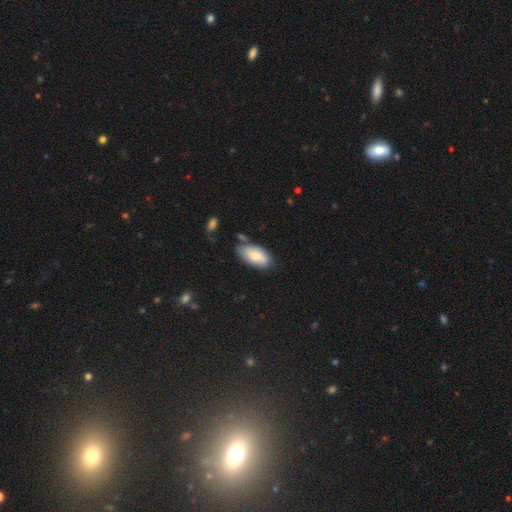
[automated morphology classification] A smooth galaxy with no disk features (74%) that is in between round and cigar-shaped (92%).

Vote fractions:
- Smooth or featured? smooth: 74% / featured or disk: 20% / star or artifact: 6%
- How rounded? in between: 92% / cigar-shaped: 5% / round: 3%
- Merging? none: 70% / minor disturbance: 21% / merger: 6% / major disturbance: 4%